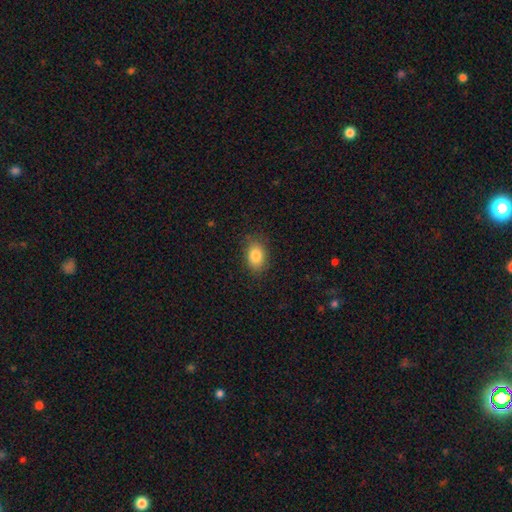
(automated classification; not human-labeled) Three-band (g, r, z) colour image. It shows a smooth galaxy with no disk features (83%) that is in between round and cigar-shaped (76%). Merging: none (83%).